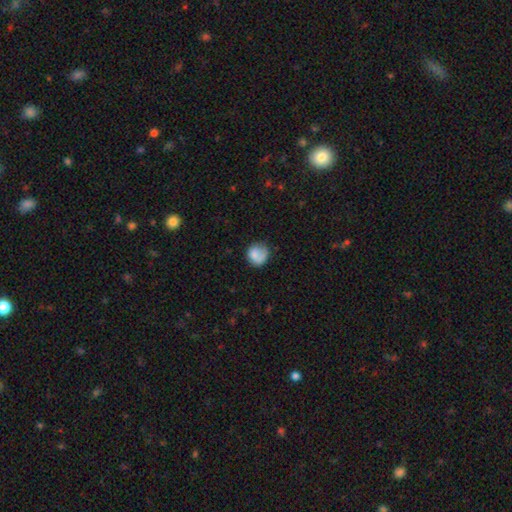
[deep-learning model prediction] Q: Smooth or featured?
A: smooth (77%); runner-up: featured or disk (15%)
Q: How rounded?
A: round (82%); runner-up: in between (17%)
Q: Merging?
A: none (59%); runner-up: minor disturbance (24%)